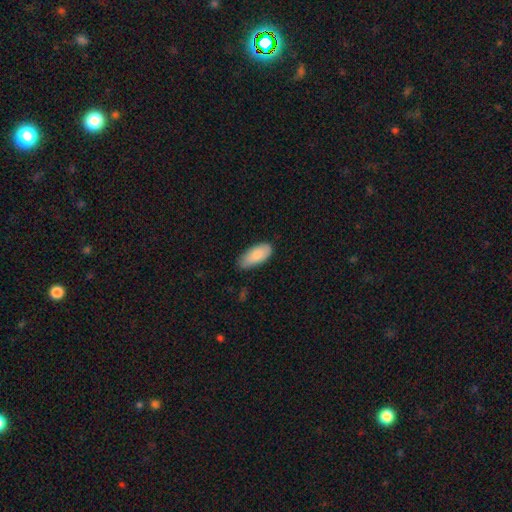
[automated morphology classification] Smooth or featured? smooth (85%)
How rounded? in between (90%)
Merging? none (76%)